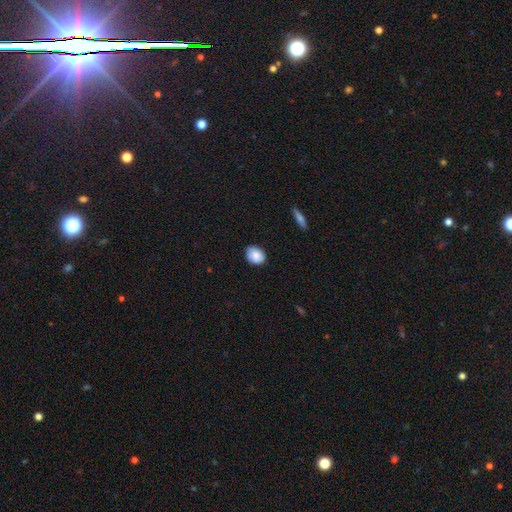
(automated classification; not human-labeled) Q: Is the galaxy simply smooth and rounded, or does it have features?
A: smooth — 86%.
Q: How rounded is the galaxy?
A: round — 52%.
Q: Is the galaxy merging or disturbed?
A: none — 83%.